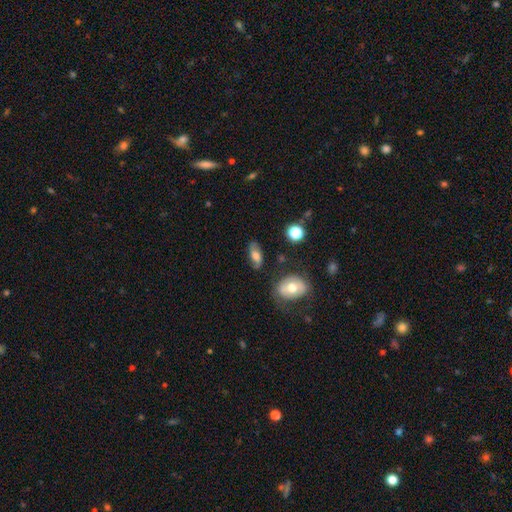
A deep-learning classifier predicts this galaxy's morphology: type=smooth (53%); roundness=in between (84%); merging=none (70%).